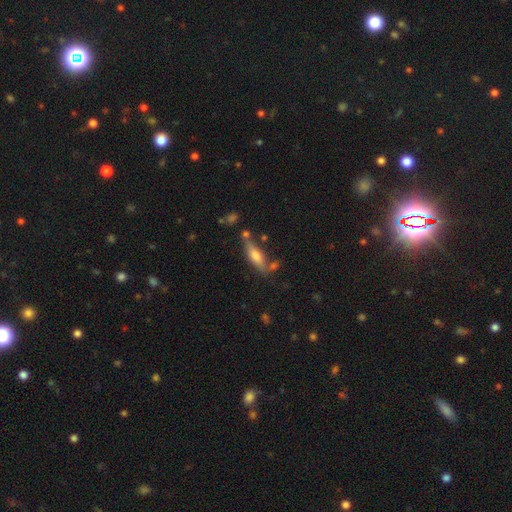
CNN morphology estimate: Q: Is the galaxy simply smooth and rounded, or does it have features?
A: smooth — 52%.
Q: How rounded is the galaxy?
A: cigar-shaped — 63%.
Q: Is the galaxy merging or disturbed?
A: none — 67%.